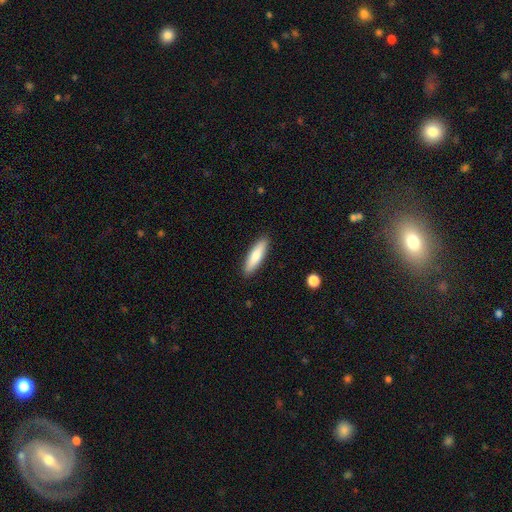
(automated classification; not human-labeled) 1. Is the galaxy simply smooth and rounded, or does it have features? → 77% smooth, 18% featured or disk, 5% star or artifact.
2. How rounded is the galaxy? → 68% cigar-shaped, 31% in between, 2% round.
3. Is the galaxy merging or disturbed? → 90% none, 7% minor disturbance, 2% major disturbance, 1% merger.